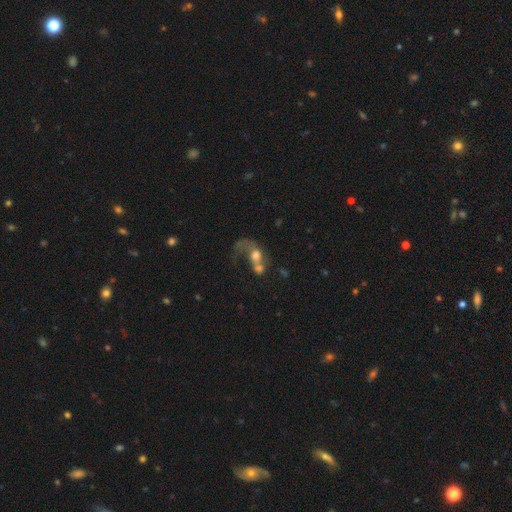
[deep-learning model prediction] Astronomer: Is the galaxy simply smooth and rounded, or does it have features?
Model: smooth — 47% (runner-up: featured or disk, 41%).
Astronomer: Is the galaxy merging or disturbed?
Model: merger — 58%.